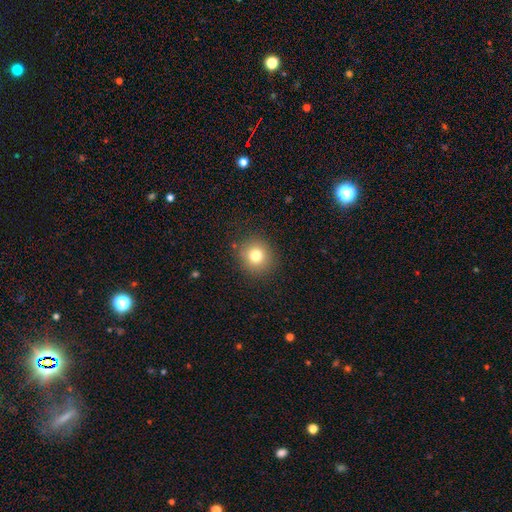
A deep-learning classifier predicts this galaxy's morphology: smooth-or-featured: smooth: 78% | star or artifact: 12% | featured or disk: 10%
  how-rounded: round: 90% | in between: 9% | cigar-shaped: 1%
  merging: none: 88% | minor disturbance: 8% | major disturbance: 3% | merger: 1%